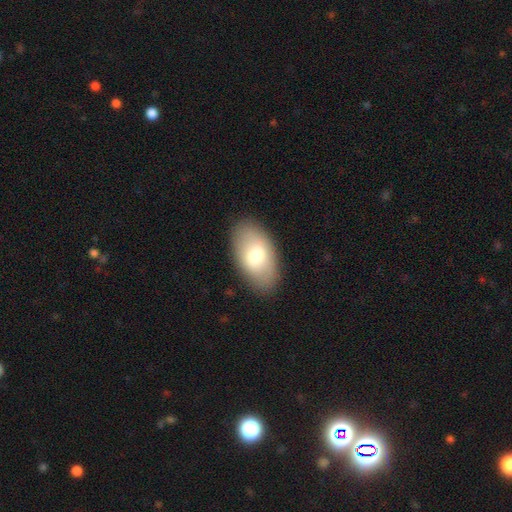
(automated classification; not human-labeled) smooth 70%, featured or disk 23%, star or artifact 7%. Down the decision tree: how rounded — in between (92%); merging — none (87%).